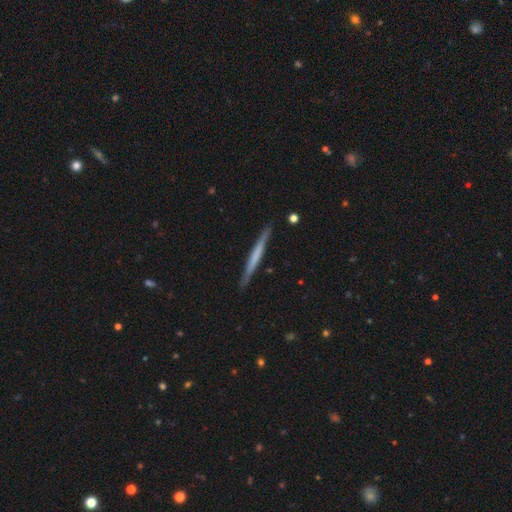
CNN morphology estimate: Overall: featured or disk (50%; smooth 45%). Merging: none (90%).